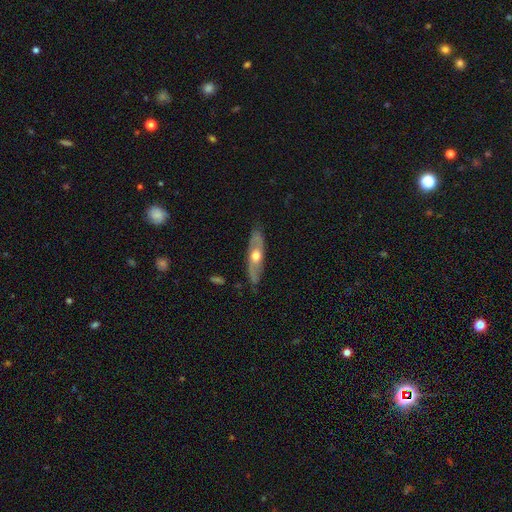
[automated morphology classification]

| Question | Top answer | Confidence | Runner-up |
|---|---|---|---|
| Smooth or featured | featured or disk | 60% | smooth (35%) |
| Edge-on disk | no | 52% | yes (48%) |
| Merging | none | 80% | minor disturbance (16%) |